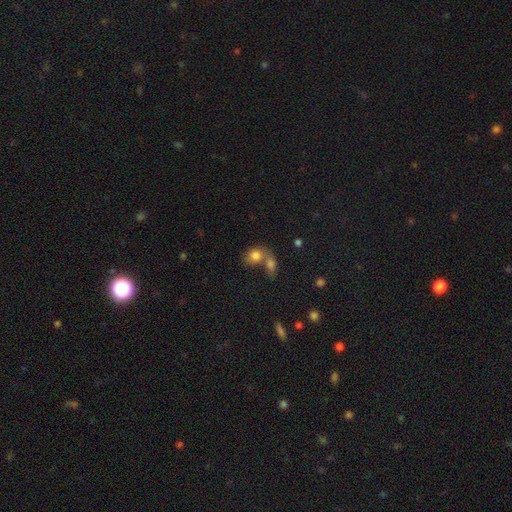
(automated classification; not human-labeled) Smooth or featured: smooth — 79% (featured or disk — 12%)
How rounded: in between — 56% (round — 42%)
Merging: merger — 61% (none — 25%)